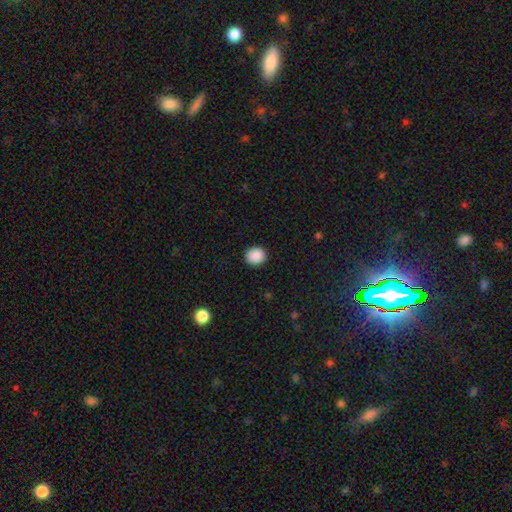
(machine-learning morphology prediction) Smooth or featured?
  - smooth: 89% *
  - star or artifact: 9%
  - featured or disk: 2%
How rounded?
  - round: 80% *
  - in between: 19%
  - cigar-shaped: 1%
Merging?
  - none: 91% *
  - minor disturbance: 6%
  - major disturbance: 2%
  - merger: 1%